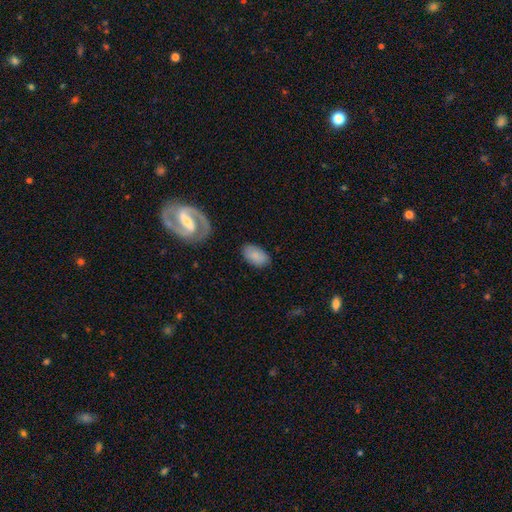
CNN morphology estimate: Smooth or featured: smooth — 81% (featured or disk — 12%)
How rounded: in between — 93% (round — 5%)
Merging: none — 81% (minor disturbance — 13%)